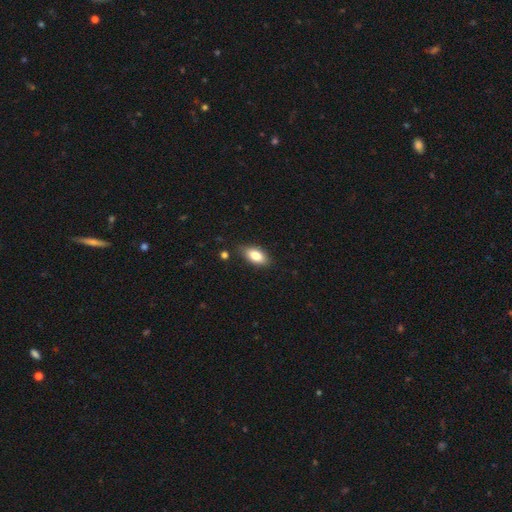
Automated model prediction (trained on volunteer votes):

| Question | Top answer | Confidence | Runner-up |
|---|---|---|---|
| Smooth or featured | smooth | 81% | featured or disk (12%) |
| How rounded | in between | 88% | cigar-shaped (7%) |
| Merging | none | 81% | minor disturbance (14%) |